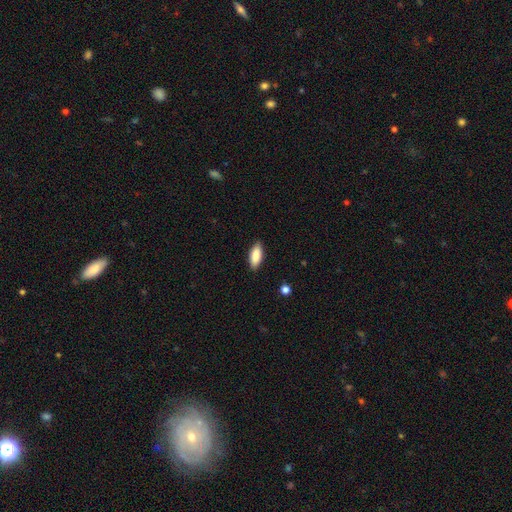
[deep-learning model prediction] Q: Smooth or featured?
A: smooth (87%); runner-up: featured or disk (7%)
Q: How rounded?
A: in between (81%); runner-up: cigar-shaped (17%)
Q: Merging?
A: none (88%); runner-up: minor disturbance (9%)